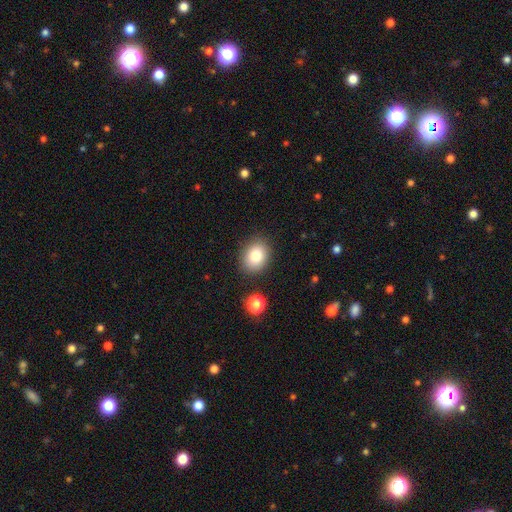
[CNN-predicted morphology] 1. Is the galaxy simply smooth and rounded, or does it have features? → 83% smooth, 10% star or artifact, 8% featured or disk.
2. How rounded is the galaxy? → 55% in between, 45% round, 1% cigar-shaped.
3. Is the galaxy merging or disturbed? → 85% none, 10% minor disturbance, 3% major disturbance, 3% merger.